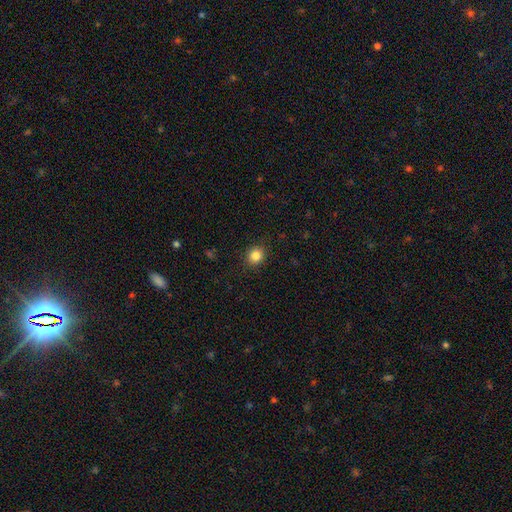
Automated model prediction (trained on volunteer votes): Smooth or featured?
  - smooth: 85% *
  - star or artifact: 11%
  - featured or disk: 4%
How rounded?
  - round: 83% *
  - in between: 16%
  - cigar-shaped: 1%
Merging?
  - none: 90% *
  - minor disturbance: 7%
  - major disturbance: 2%
  - merger: 1%